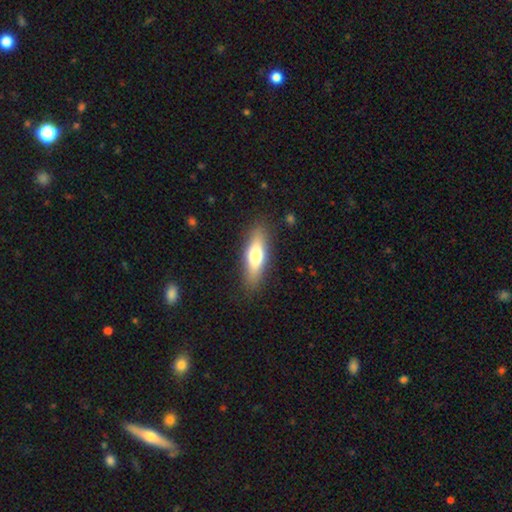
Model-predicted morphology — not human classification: Smooth or featured? smooth (62%)
How rounded? cigar-shaped (49%)
Merging? none (86%)